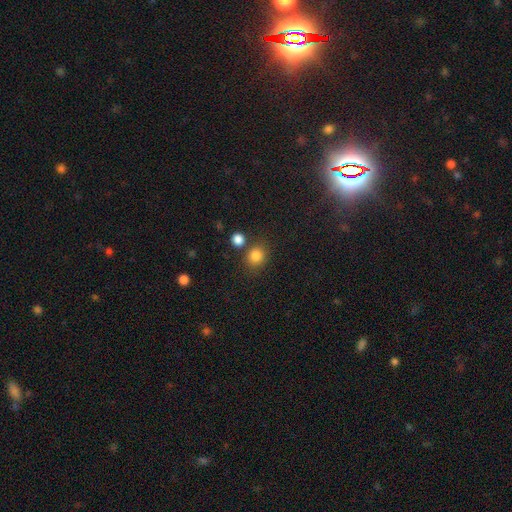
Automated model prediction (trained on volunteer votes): A smooth galaxy with no disk features (83%) that is round (78%). Merging: none (74%).